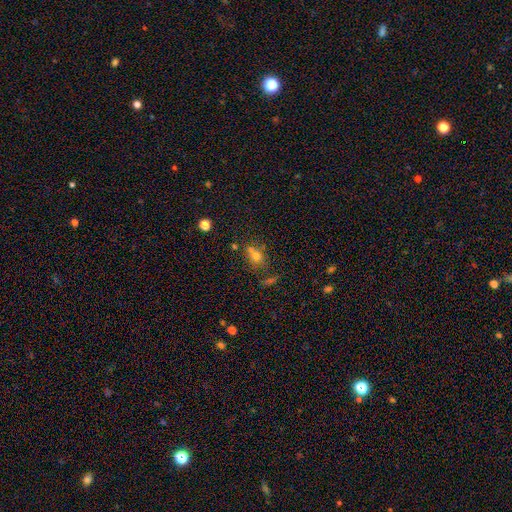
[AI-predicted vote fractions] A smooth galaxy with no disk features (65%) that is round (62%). Merging: none (47%).